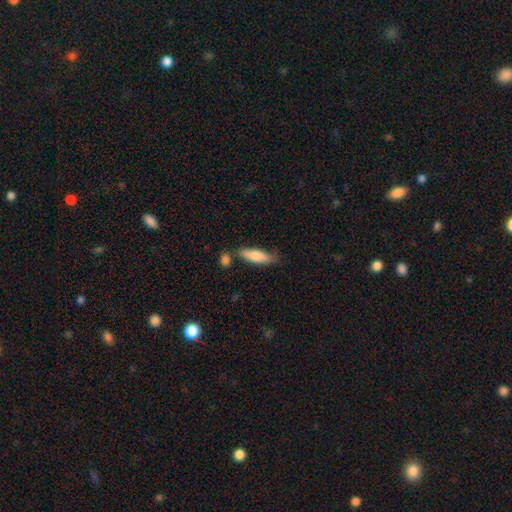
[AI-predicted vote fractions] The model was most divided on "how rounded": cigar-shaped: 53%, in between: 45%, round: 2%. More confident: smooth or featured — smooth (79%); merging — none (68%).